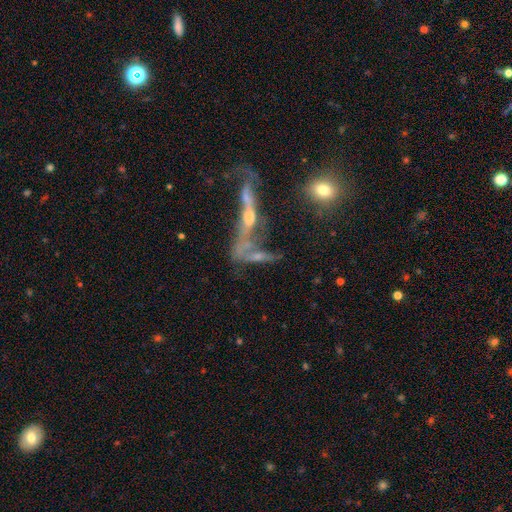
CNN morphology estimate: smooth-or-featured: featured or disk: 54% | smooth: 28% | star or artifact: 18%
  disk-edge-on: no: 58% | yes: 42%
  merging: merger: 50% | none: 21% | major disturbance: 19% | minor disturbance: 10%